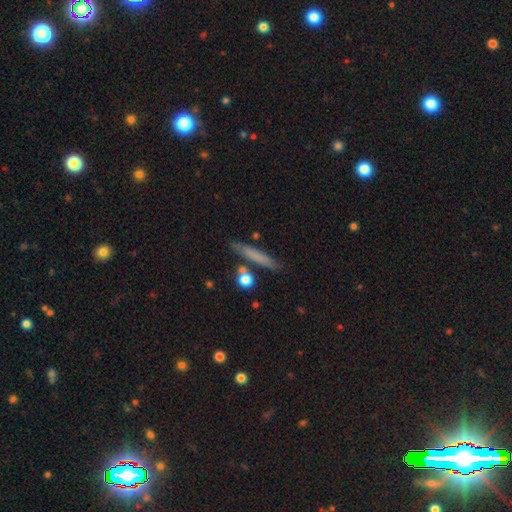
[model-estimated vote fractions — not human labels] This appears to be a smooth galaxy with no disk features (68%) that is cigar-shaped (92%). Merging: none (82%).